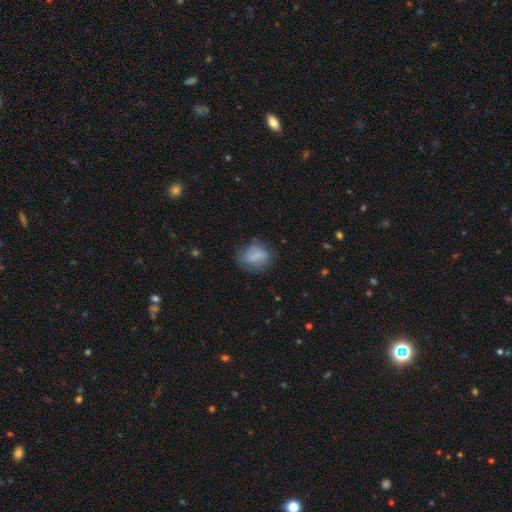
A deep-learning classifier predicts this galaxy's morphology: type=smooth (67%); roundness=round (54%); merging=none (65%).